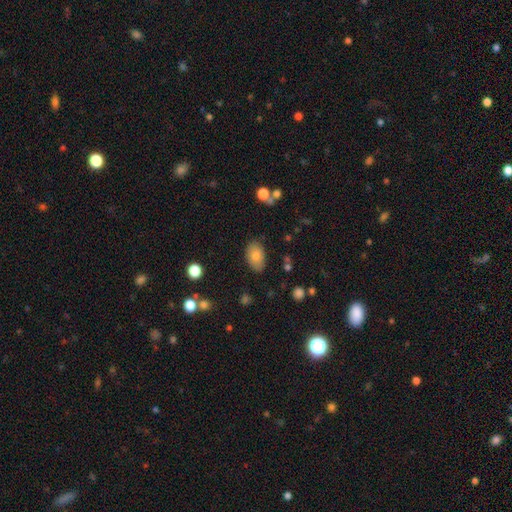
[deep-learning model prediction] Smooth or featured? Predicted: smooth (p=0.78). How rounded? Predicted: in between (p=0.90). Merging? Predicted: none (p=0.82).